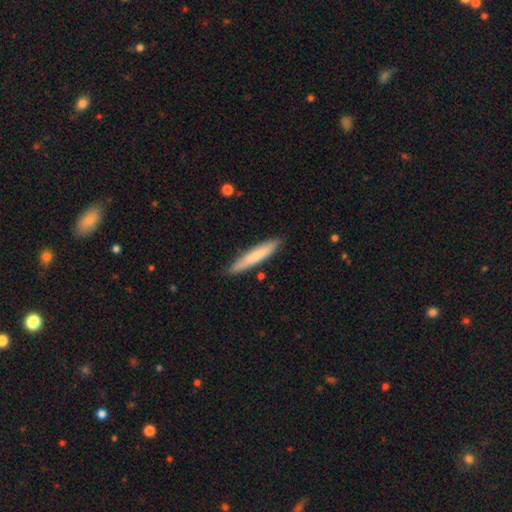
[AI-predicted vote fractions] Smooth or featured?
  - smooth: 73% *
  - featured or disk: 22%
  - star or artifact: 5%
How rounded?
  - cigar-shaped: 91% *
  - in between: 7%
  - round: 1%
Merging?
  - none: 87% *
  - minor disturbance: 10%
  - major disturbance: 2%
  - merger: 2%